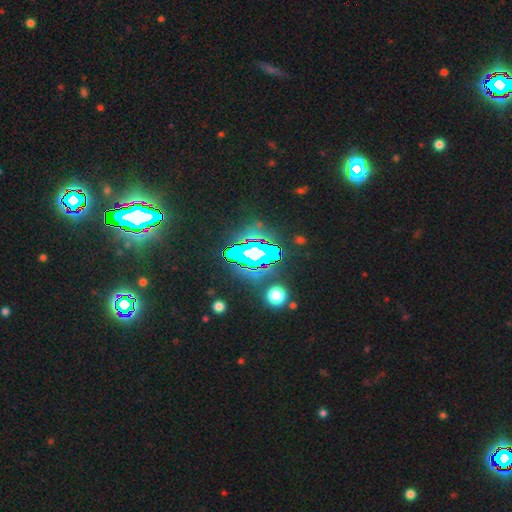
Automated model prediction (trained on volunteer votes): The model was most divided on "smooth or featured": star or artifact: 83%, smooth: 9%, featured or disk: 8%.